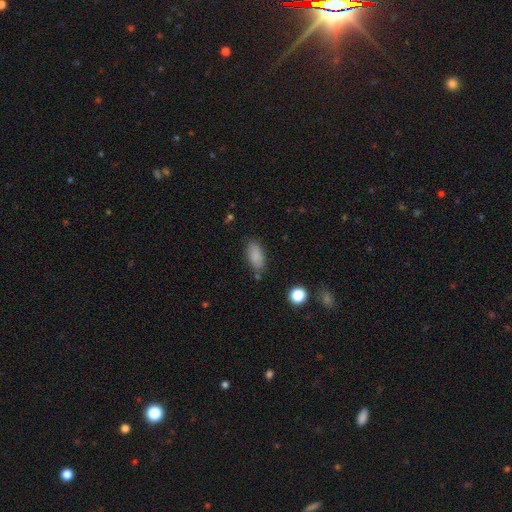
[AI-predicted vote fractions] Smooth or featured: smooth — 86% (star or artifact — 8%)
How rounded: in between — 87% (cigar-shaped — 10%)
Merging: none — 78% (minor disturbance — 15%)